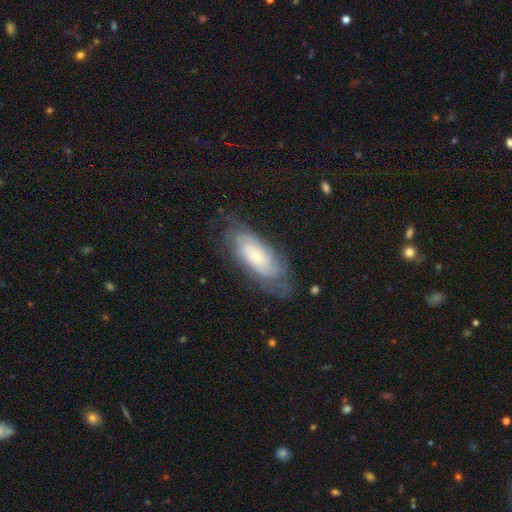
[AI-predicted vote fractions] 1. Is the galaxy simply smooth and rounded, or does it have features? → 66% featured or disk, 27% smooth, 7% star or artifact.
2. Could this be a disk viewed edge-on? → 88% no, 12% yes.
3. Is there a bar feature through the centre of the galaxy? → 76% no, 19% weak, 4% strong.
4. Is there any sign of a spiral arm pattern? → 85% yes, 15% no.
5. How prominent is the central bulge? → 69% small, 25% moderate, 2% large, 2% none, 1% dominant.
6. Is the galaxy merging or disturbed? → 71% none, 20% minor disturbance, 8% major disturbance, 1% merger.